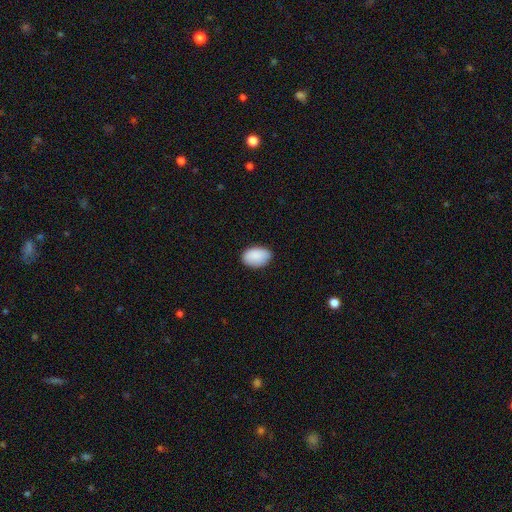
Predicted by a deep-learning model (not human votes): The model was most divided on "merging": none: 85%, minor disturbance: 12%, major disturbance: 2%, merger: 1%. More confident: smooth or featured — smooth (90%); how rounded — in between (88%).